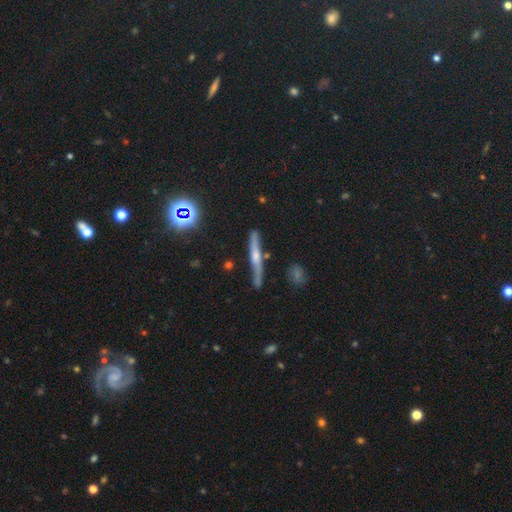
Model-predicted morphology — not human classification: type=featured or disk (62%); edge-on=yes (93%); edge-on bulge=rounded (73%); merging=none (77%).